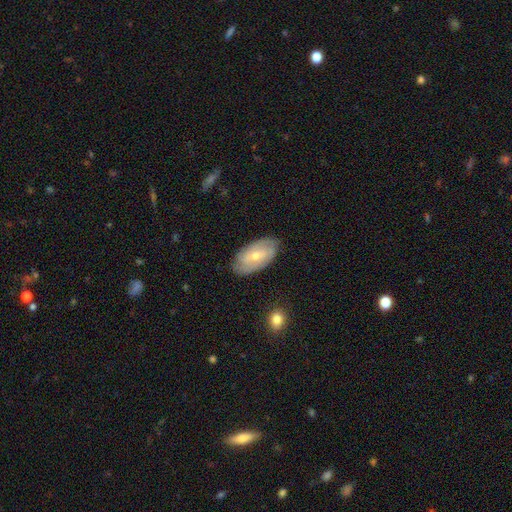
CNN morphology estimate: Overall: featured or disk (62%; smooth 31%). Edge-on disk: no (92%). Bar: no (54%; weak 37%). Spiral arms: yes (79%). Bulge size: small (53%; moderate 44%). Merging: none (81%).